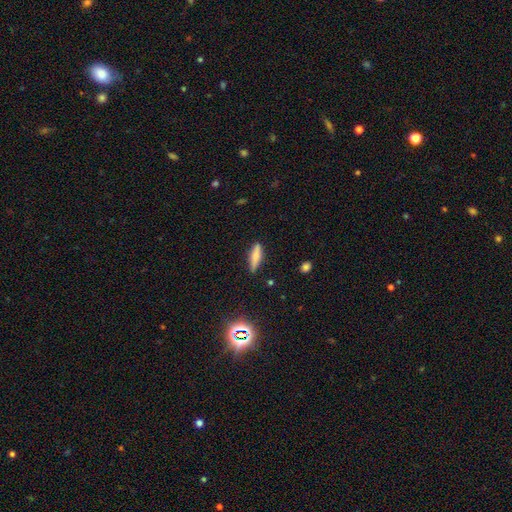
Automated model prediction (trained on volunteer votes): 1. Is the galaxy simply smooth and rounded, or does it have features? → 68% smooth, 23% featured or disk, 9% star or artifact.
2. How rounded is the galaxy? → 72% cigar-shaped, 26% in between, 2% round.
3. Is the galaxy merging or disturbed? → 82% none, 13% minor disturbance, 3% major disturbance, 2% merger.